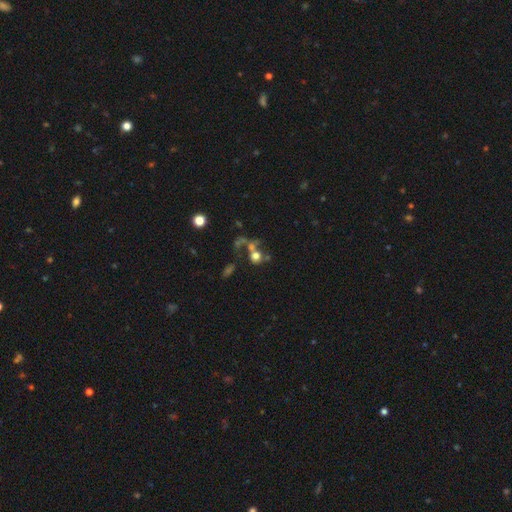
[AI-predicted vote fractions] Smooth or featured: smooth — 59% (featured or disk — 22%)
How rounded: round — 71% (in between — 27%)
Merging: merger — 40% (none — 32%)